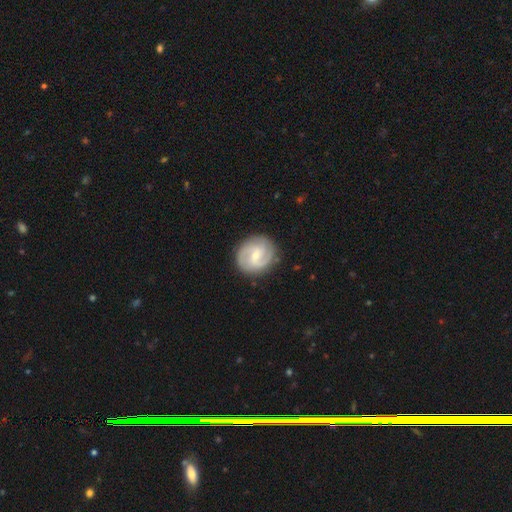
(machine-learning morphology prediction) featured or disk 80%, smooth 16%, star or artifact 5%. Down the decision tree: edge-on disk — no (98%); bar — weak (53%); spiral arms — yes (95%); spiral arm count — 2 (77%); spiral winding — medium (45%); bulge size — small (66%); merging — none (85%).